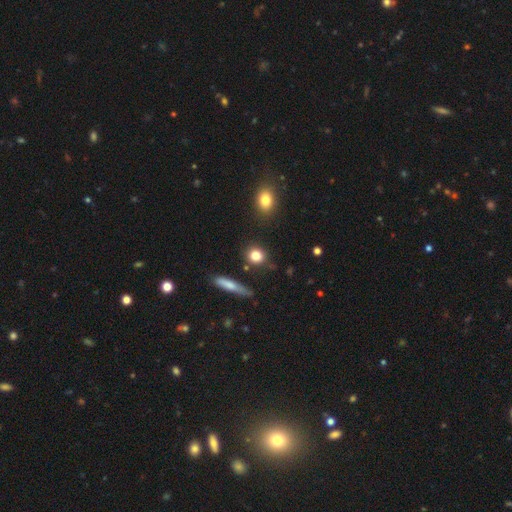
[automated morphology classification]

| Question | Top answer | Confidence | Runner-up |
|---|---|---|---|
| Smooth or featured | smooth | 83% | star or artifact (10%) |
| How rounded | round | 77% | in between (19%) |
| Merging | none | 83% | minor disturbance (10%) |